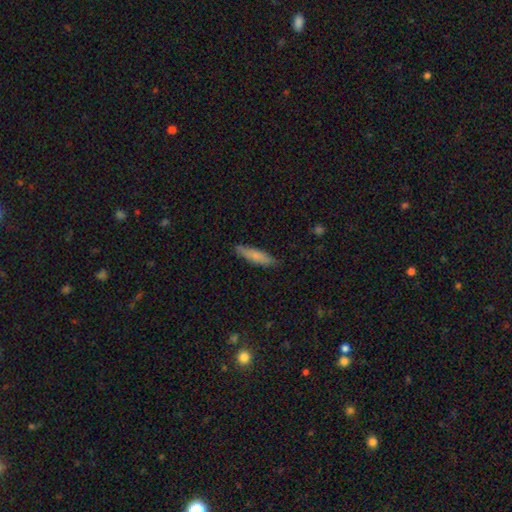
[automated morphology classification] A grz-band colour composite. It shows a smooth galaxy with no disk features (75%) that is cigar-shaped (76%). Merging: none (85%).